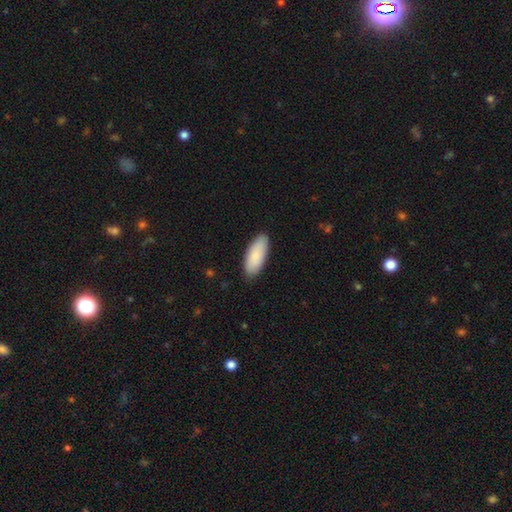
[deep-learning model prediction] Smooth or featured? Predicted: smooth (p=0.87). How rounded? Predicted: in between (p=0.81). Merging? Predicted: none (p=0.88).